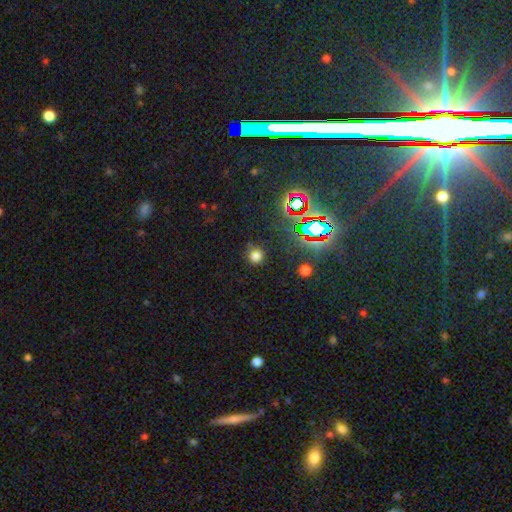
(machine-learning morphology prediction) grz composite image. It shows a smooth galaxy with no disk features (72%) that is round (89%). Merging: none (81%).